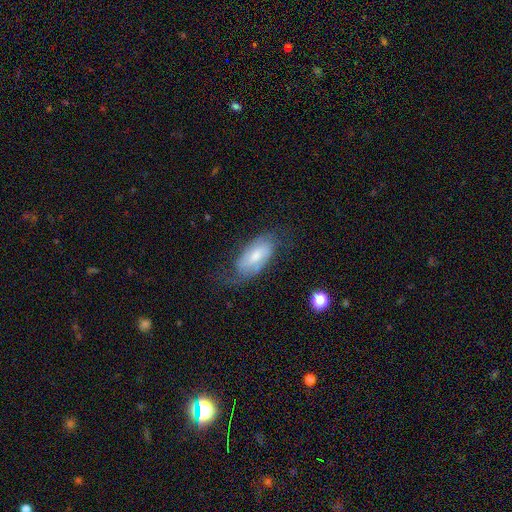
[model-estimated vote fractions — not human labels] A featured or disk galaxy (53%). Merging: none (57%).